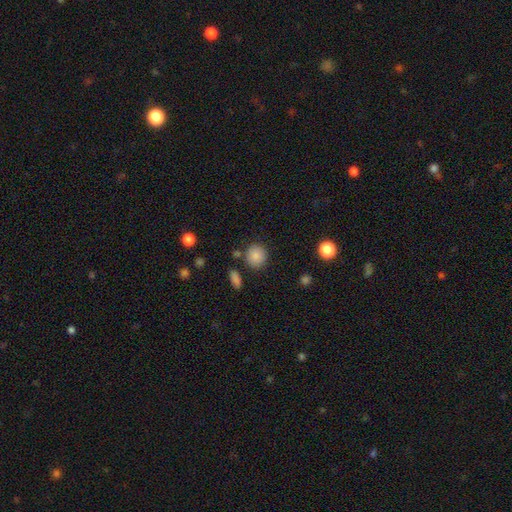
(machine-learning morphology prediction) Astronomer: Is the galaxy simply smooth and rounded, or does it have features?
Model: smooth — 85%.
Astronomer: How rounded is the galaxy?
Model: round — 89%.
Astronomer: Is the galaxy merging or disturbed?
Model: none — 83%.